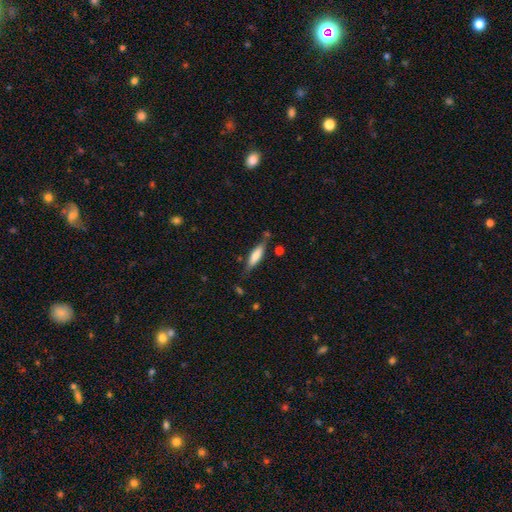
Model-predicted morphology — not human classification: smooth 67%, featured or disk 26%, star or artifact 6%. Down the decision tree: how rounded — cigar-shaped (69%); merging — none (73%).